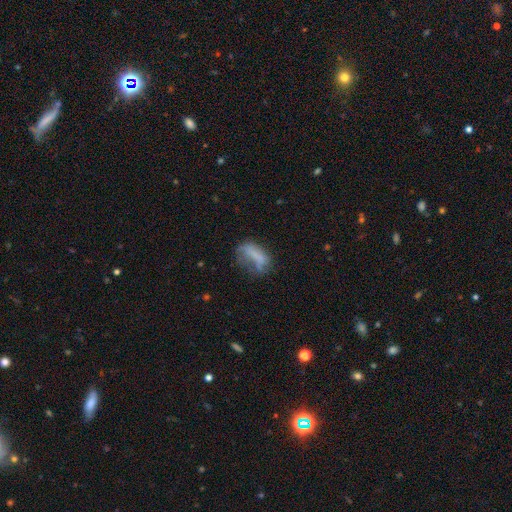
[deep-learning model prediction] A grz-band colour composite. It shows a smooth galaxy with no disk features (59%) that is in between round and cigar-shaped (79%). Merging: major disturbance (33%).